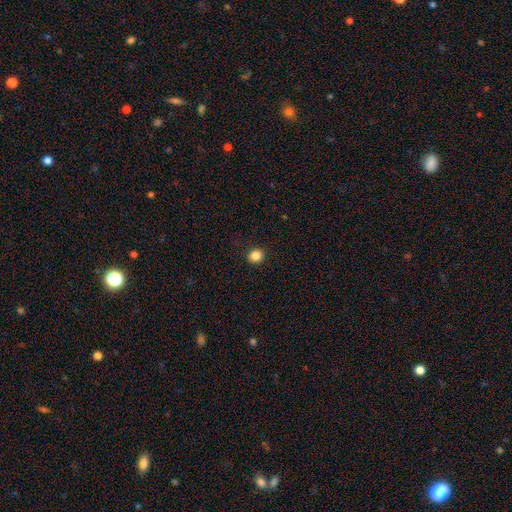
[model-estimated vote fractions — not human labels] The model was most divided on "how rounded": round: 83%, in between: 16%, cigar-shaped: 1%. More confident: merging — none (92%); smooth or featured — smooth (85%).